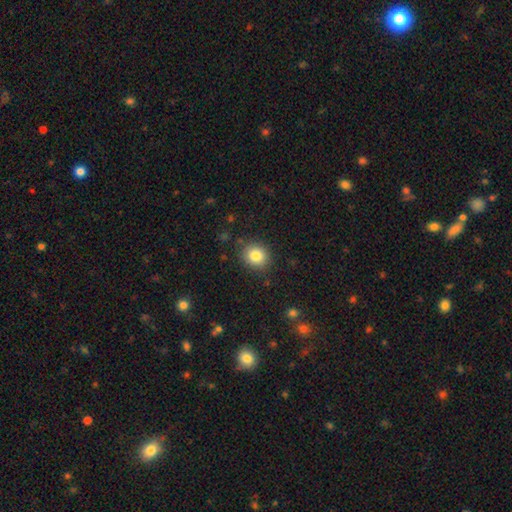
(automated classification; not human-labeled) A smooth galaxy with no disk features (83%) that is round (79%). Merging: none (86%).